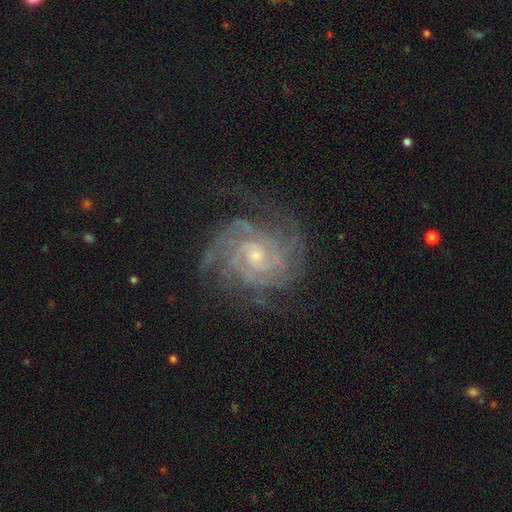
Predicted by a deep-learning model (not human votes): This is clearly a featured or disk galaxy (89%). It is clearly not viewed edge-on (98%). Bar: likely no (65%). Spiral arm pattern: clearly yes (98%). Spiral arm count: marginally can't tell (24%). Spiral winding: likely tight (69%). Central bulge: likely small (66%). Merging: likely none (73%).